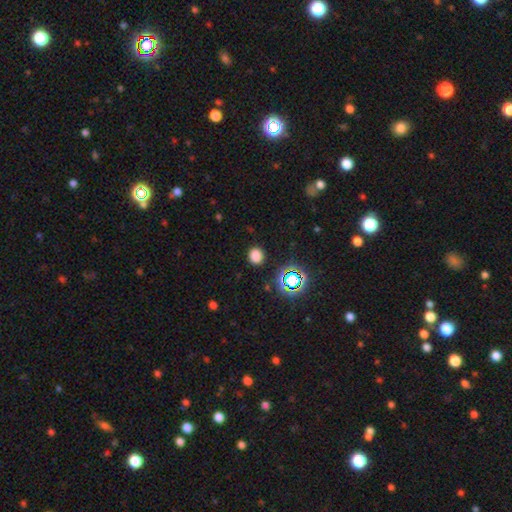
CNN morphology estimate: A smooth galaxy with no disk features (75%) that is round (81%).

Vote fractions:
- Smooth or featured? smooth: 75% / star or artifact: 20% / featured or disk: 5%
- How rounded? round: 81% / in between: 18% / cigar-shaped: 1%
- Merging? none: 89% / minor disturbance: 7% / major disturbance: 3% / merger: 1%